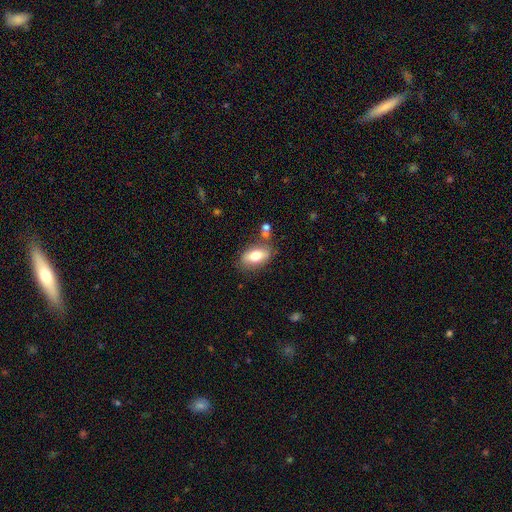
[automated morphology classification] Smooth or featured?
  - smooth: 75% *
  - featured or disk: 17%
  - star or artifact: 7%
How rounded?
  - in between: 88% *
  - round: 6%
  - cigar-shaped: 5%
Merging?
  - none: 72% *
  - minor disturbance: 16%
  - merger: 7%
  - major disturbance: 5%